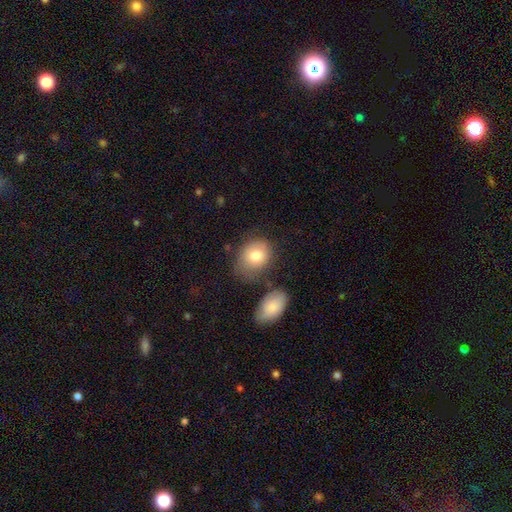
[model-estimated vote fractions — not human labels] This is likely a smooth galaxy (78%). How rounded: possibly in between (52%). Merging: possibly none (57%).